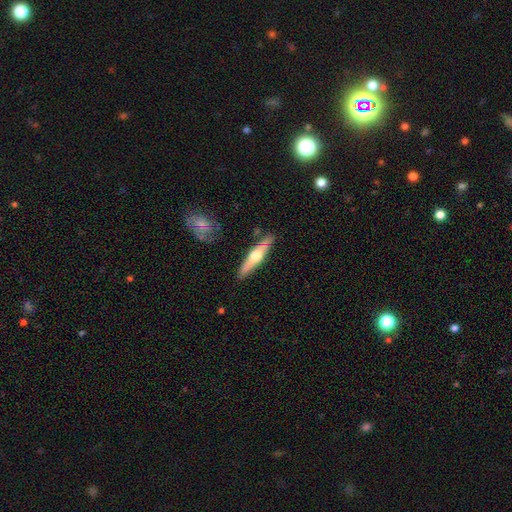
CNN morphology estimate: The model was most divided on "smooth or featured": featured or disk: 56%, smooth: 39%, star or artifact: 5%. More confident: edge-on bulge — rounded (92%); edge-on disk — yes (90%); merging — none (84%).